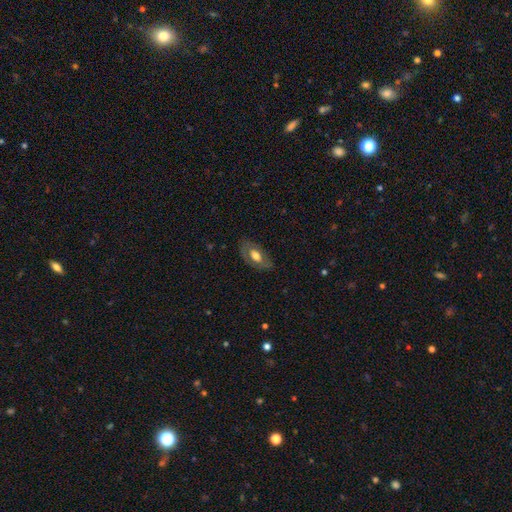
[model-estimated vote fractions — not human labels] smooth 50%, featured or disk 43%, star or artifact 7%. Down the decision tree: merging — none (75%).